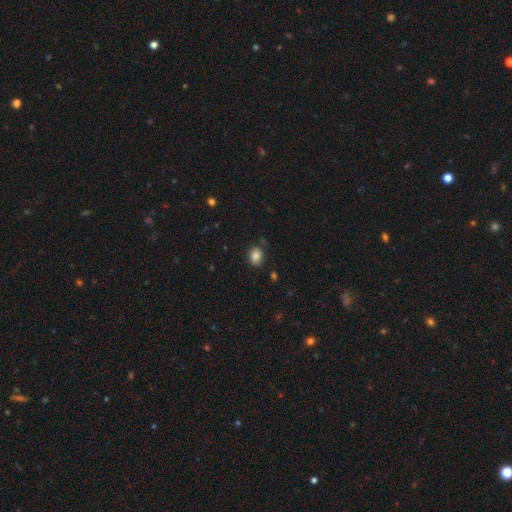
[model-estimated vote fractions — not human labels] Smooth or featured?
  - smooth: 85% *
  - star or artifact: 10%
  - featured or disk: 5%
How rounded?
  - in between: 56% *
  - round: 43%
  - cigar-shaped: 1%
Merging?
  - none: 82% *
  - minor disturbance: 13%
  - major disturbance: 3%
  - merger: 2%